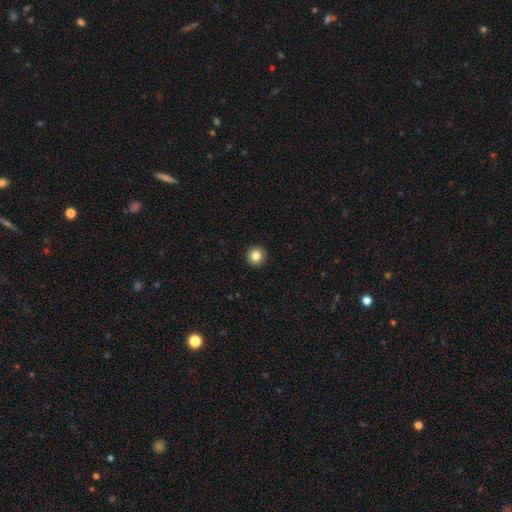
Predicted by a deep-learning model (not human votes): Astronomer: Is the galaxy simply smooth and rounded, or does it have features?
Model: smooth — 84%.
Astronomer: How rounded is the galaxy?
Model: round — 95%.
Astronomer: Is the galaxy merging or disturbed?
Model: none — 94%.